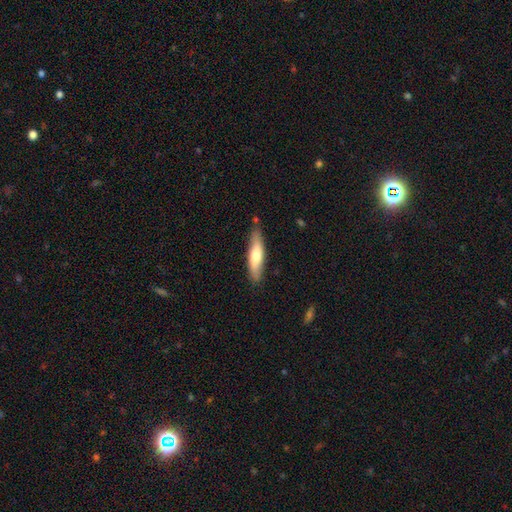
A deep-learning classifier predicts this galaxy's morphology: type=smooth (64%); roundness=cigar-shaped (71%); merging=none (80%).